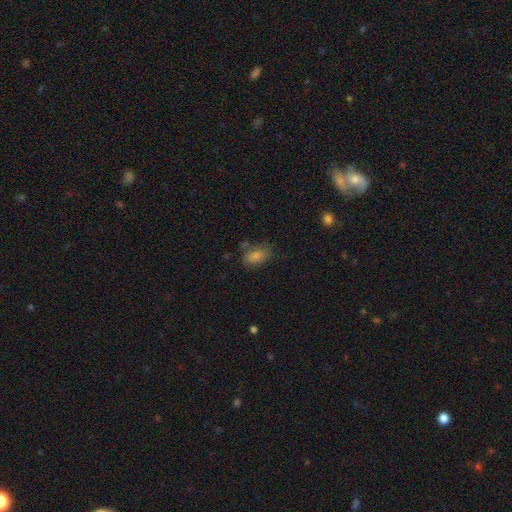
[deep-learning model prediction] Smooth or featured? Predicted: smooth (p=0.72). How rounded? Predicted: in between (p=0.85). Merging? Predicted: none (p=0.69).